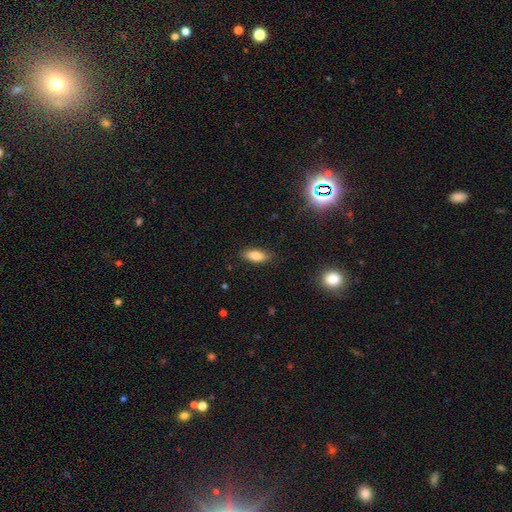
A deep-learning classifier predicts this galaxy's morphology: A smooth galaxy with no disk features (81%) that is in between round and cigar-shaped (81%). Merging: none (84%).